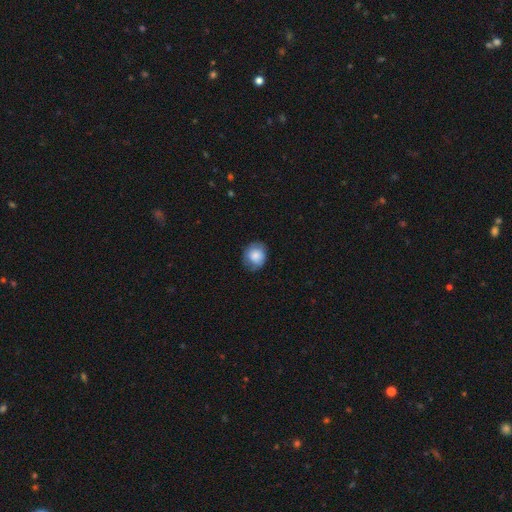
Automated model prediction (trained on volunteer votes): This is likely a smooth galaxy (79%). How rounded: likely round (71%). Merging: likely none (70%).